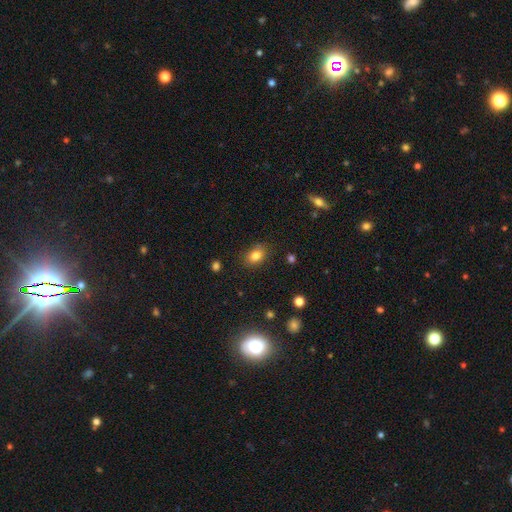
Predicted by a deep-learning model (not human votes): A smooth galaxy with no disk features (82%) that is in between round and cigar-shaped (72%).

Vote fractions:
- Smooth or featured? smooth: 82% / star or artifact: 11% / featured or disk: 7%
- How rounded? in between: 72% / round: 26% / cigar-shaped: 1%
- Merging? none: 80% / minor disturbance: 14% / major disturbance: 4% / merger: 2%